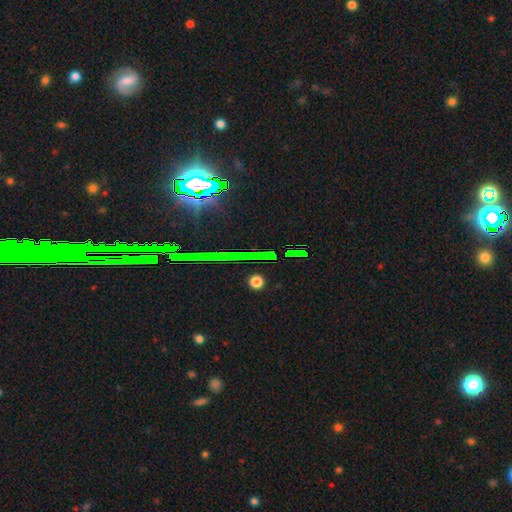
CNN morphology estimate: A star or artifact, not a galaxy (81%).

Vote fractions:
- Smooth or featured? star or artifact: 81% / featured or disk: 10% / smooth: 9%